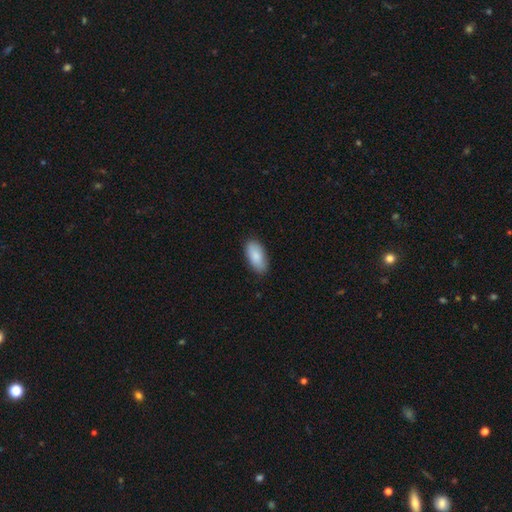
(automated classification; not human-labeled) This is clearly a smooth galaxy (87%). How rounded: clearly in between (92%). Merging: clearly none (85%).